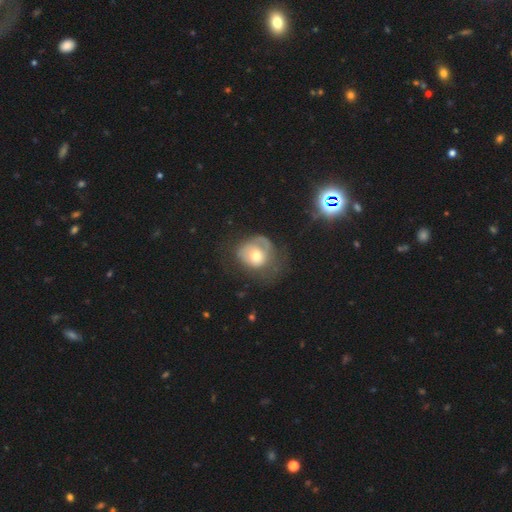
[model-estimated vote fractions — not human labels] A smooth galaxy with no disk features (47%).

Vote fractions:
- Smooth or featured? smooth: 47% / featured or disk: 44% / star or artifact: 9%
- Merging? none: 37% / major disturbance: 36% / minor disturbance: 25% / merger: 2%